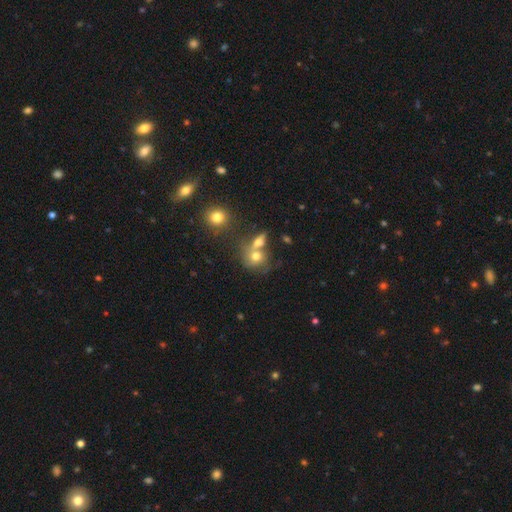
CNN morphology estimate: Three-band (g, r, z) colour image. It shows a smooth galaxy with no disk features (65%) that is round (64%). Merging: merger (53%).